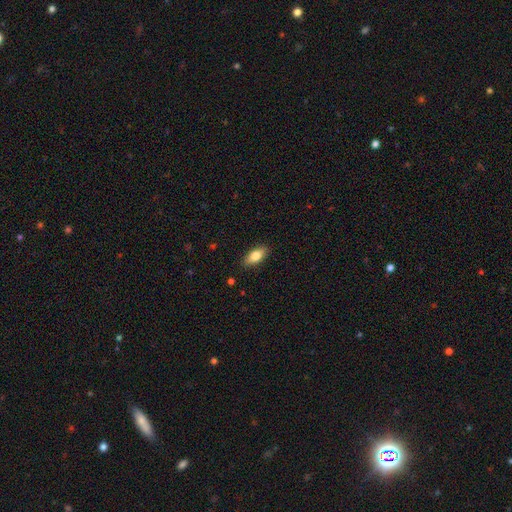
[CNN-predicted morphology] Smooth or featured?
  - smooth: 80% *
  - featured or disk: 14%
  - star or artifact: 7%
How rounded?
  - in between: 87% *
  - cigar-shaped: 10%
  - round: 3%
Merging?
  - none: 87% *
  - minor disturbance: 10%
  - major disturbance: 2%
  - merger: 1%